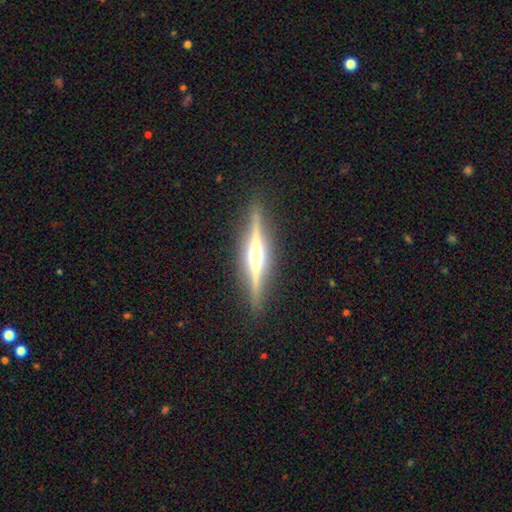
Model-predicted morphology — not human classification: Smooth or featured: featured or disk — 83% (smooth — 12%)
Edge-on disk: yes — 98% (no — 2%)
Edge-on bulge: rounded — 88% (boxy — 7%)
Merging: none — 90% (minor disturbance — 7%)